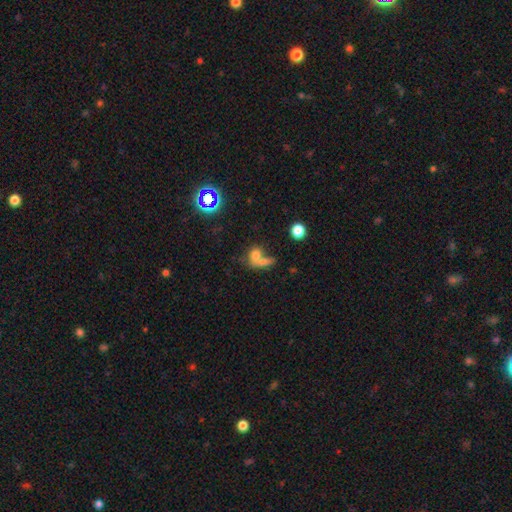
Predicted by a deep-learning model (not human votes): Overall: smooth (66%). How rounded: in between (58%; round 37%). Merging: merger (61%; none 24%).